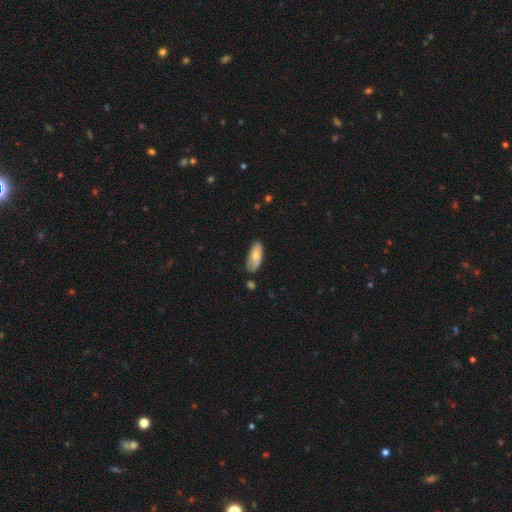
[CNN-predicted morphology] A smooth galaxy with no disk features (73%) that is in between round and cigar-shaped (85%). Merging: none (71%).